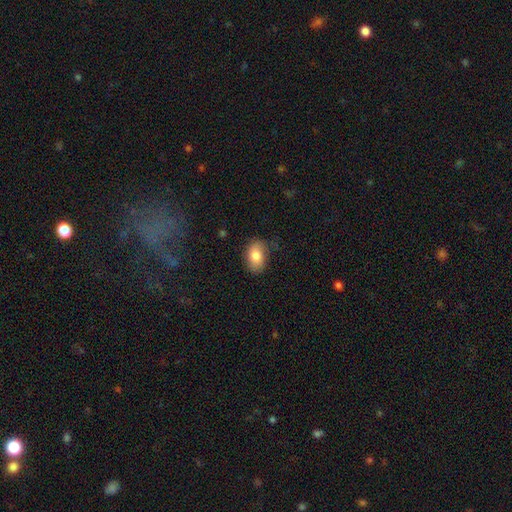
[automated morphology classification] A smooth galaxy with no disk features (83%) that is in between round and cigar-shaped (87%). Merging: none (73%).